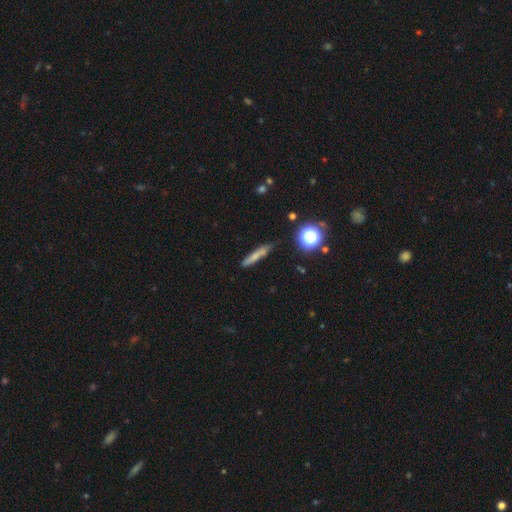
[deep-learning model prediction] Morphology: type=smooth (65%); roundness=cigar-shaped (86%); merging=none (72%).